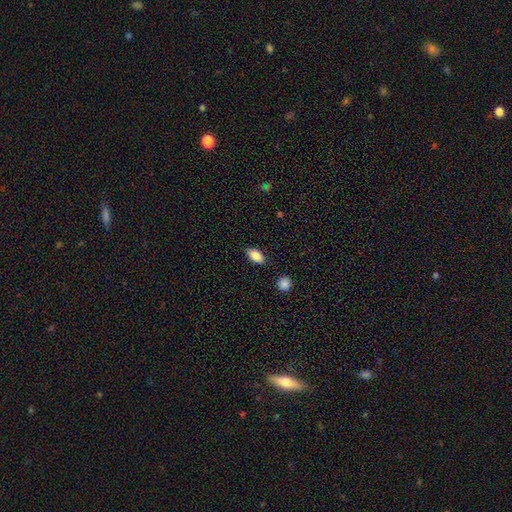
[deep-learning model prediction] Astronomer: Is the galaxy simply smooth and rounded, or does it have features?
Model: smooth — 87%.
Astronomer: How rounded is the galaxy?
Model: in between — 91%.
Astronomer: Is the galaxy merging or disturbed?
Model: none — 85%.